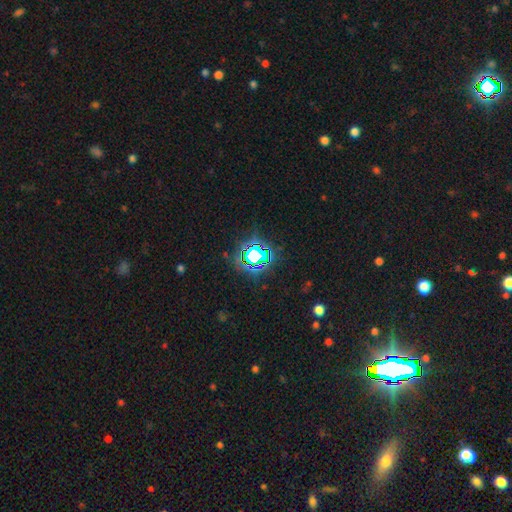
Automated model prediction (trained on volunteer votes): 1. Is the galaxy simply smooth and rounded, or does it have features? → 72% star or artifact, 17% smooth, 11% featured or disk.